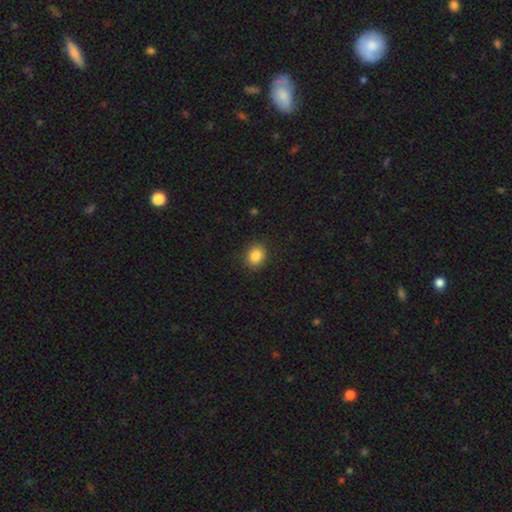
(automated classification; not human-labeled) A smooth galaxy with no disk features (86%) that is round (65%). Merging: none (88%).